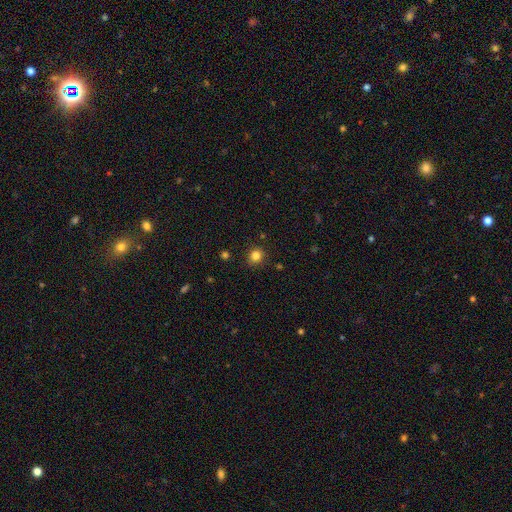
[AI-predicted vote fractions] Overall: smooth (82%). How rounded: round (84%). Merging: none (89%).